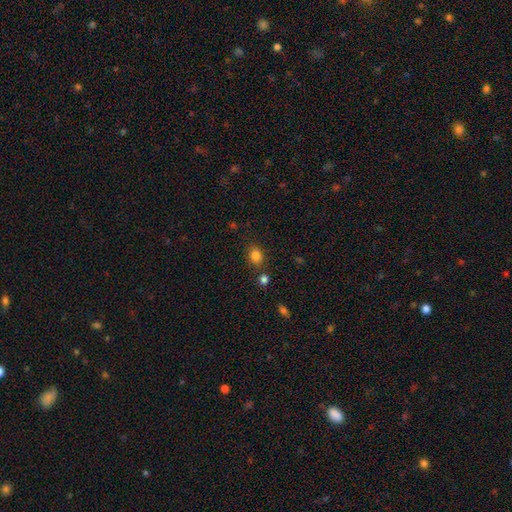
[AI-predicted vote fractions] smooth_or_featured: smooth (p=0.83) [alt: star or artifact p=0.12]
how_rounded: round (p=0.52) [alt: in between p=0.47]
merging: none (p=0.79) [alt: minor disturbance p=0.11]